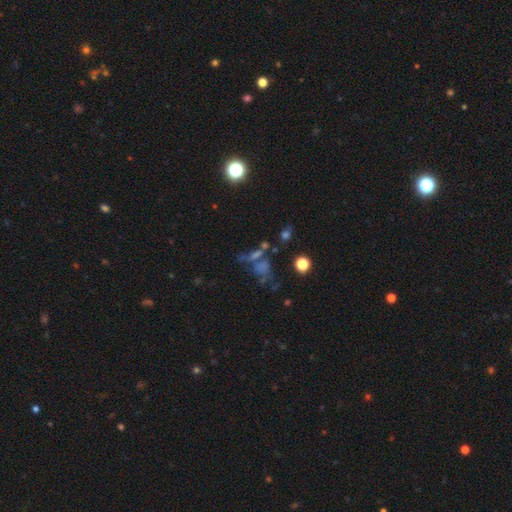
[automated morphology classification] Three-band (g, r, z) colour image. It shows a star or artifact, not a galaxy (38%).